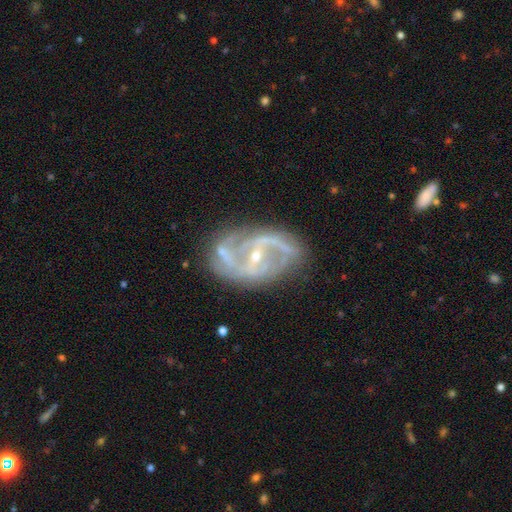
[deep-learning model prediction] A featured or disk galaxy (89%) with a weak bar (38%), 2 (71%) medium (51%) spiral arms (94%) and a small central bulge (71%). Merging: none (62%).